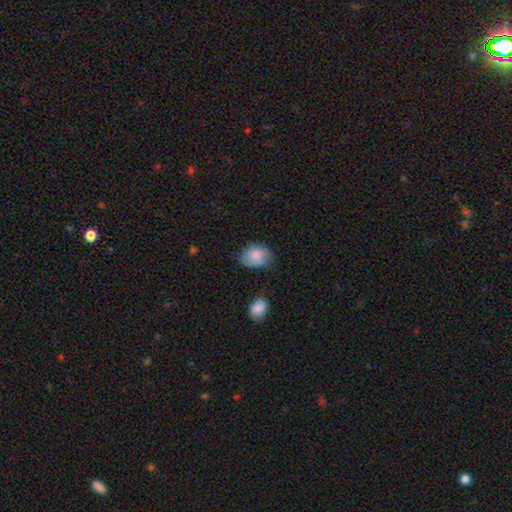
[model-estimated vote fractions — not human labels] smooth 79%, featured or disk 14%, star or artifact 8%. Down the decision tree: how rounded — in between (67%); merging — none (54%).